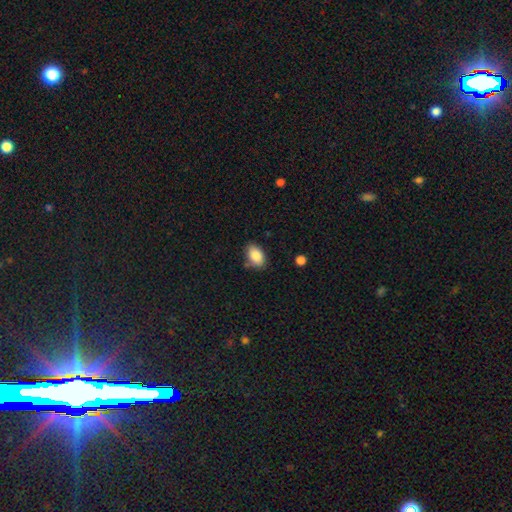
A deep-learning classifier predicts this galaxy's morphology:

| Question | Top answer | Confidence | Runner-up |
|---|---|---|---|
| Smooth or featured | smooth | 87% | star or artifact (7%) |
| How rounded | in between | 90% | round (9%) |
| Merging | none | 79% | minor disturbance (15%) |